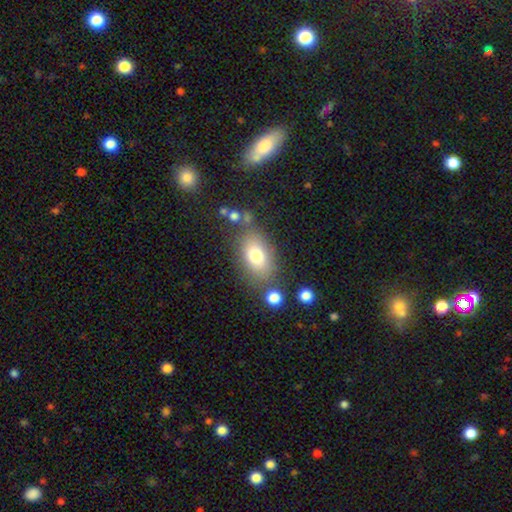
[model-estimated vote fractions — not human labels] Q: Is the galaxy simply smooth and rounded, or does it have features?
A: smooth — 76%.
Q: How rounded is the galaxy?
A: in between — 82%.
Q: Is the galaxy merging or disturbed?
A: none — 69%.